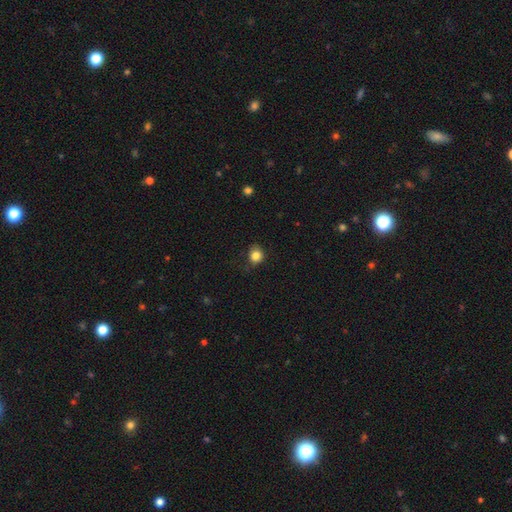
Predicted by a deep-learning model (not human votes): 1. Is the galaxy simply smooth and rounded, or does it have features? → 83% smooth, 11% star or artifact, 6% featured or disk.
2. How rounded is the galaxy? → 75% round, 24% in between, 1% cigar-shaped.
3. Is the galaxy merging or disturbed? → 71% none, 22% minor disturbance, 6% major disturbance, 1% merger.